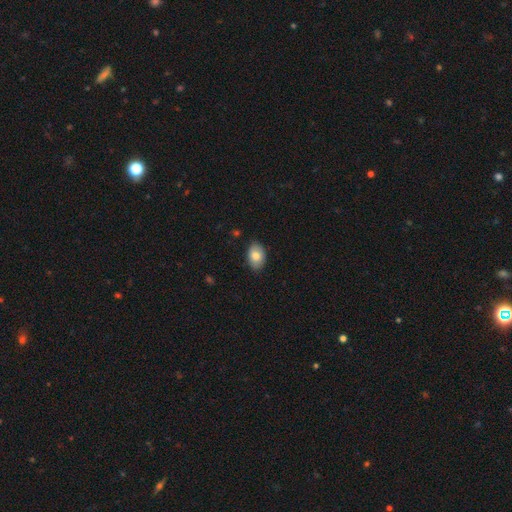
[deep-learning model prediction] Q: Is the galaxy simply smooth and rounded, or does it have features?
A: smooth — 80%.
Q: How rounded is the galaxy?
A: in between — 88%.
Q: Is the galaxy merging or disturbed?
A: none — 86%.